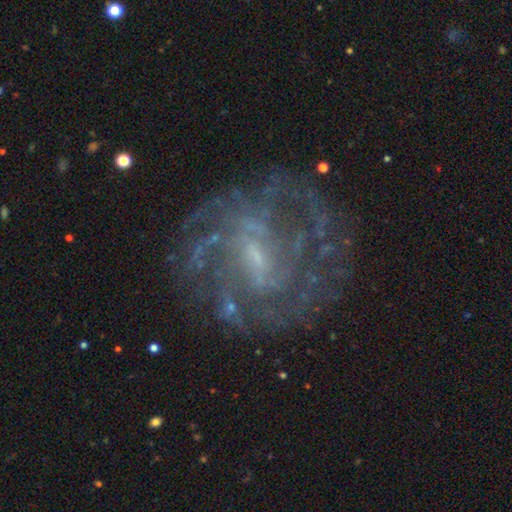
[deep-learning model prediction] This appears to be a featured or disk galaxy (82%) with a weak bar (55%), tight (50%) spiral arms (87%) and a small central bulge (60%). Merging: none (72%).